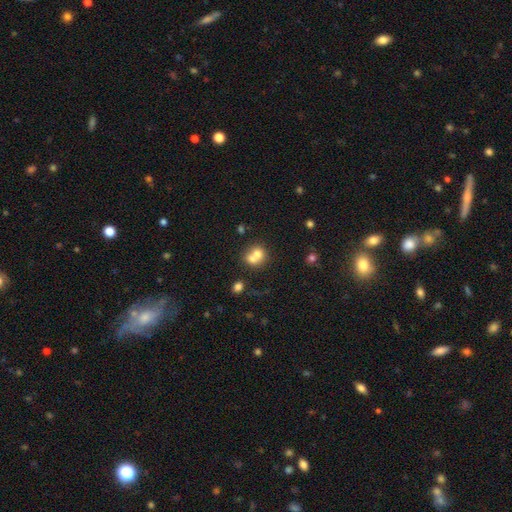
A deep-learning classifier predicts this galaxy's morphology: Smooth or featured?
  - smooth: 68% *
  - featured or disk: 21%
  - star or artifact: 11%
How rounded?
  - round: 74% *
  - in between: 25%
  - cigar-shaped: 1%
Merging?
  - merger: 63% *
  - none: 28%
  - minor disturbance: 6%
  - major disturbance: 3%